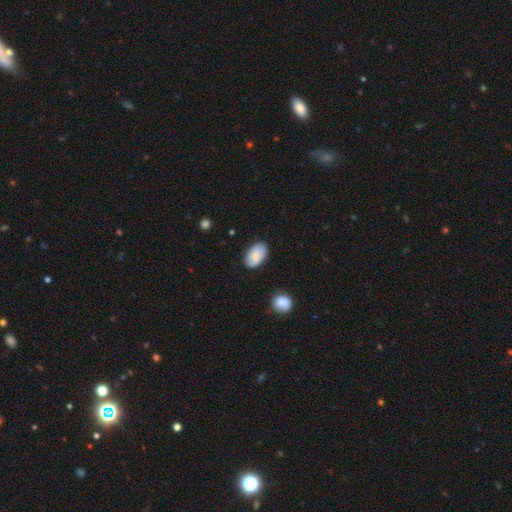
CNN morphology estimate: Smooth or featured?
  - smooth: 78% *
  - featured or disk: 15%
  - star or artifact: 7%
How rounded?
  - in between: 93% *
  - round: 5%
  - cigar-shaped: 1%
Merging?
  - none: 82% *
  - minor disturbance: 14%
  - major disturbance: 3%
  - merger: 2%